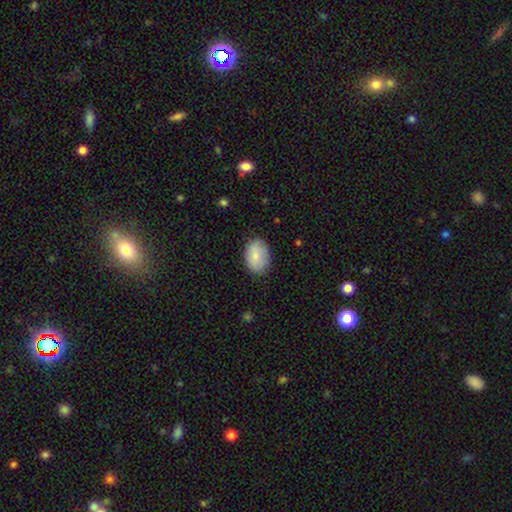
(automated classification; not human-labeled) smooth 83%, featured or disk 10%, star or artifact 6%. Down the decision tree: how rounded — in between (81%); merging — none (82%).